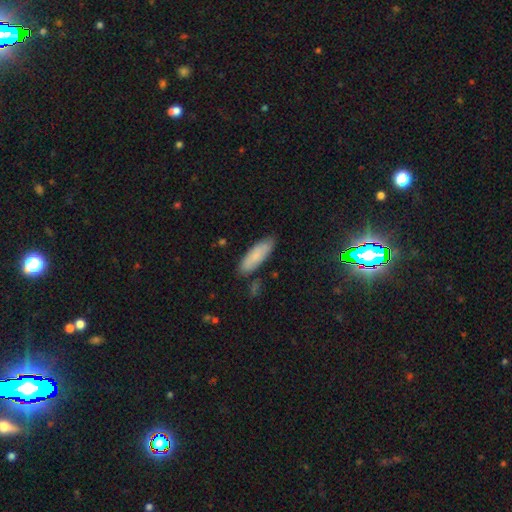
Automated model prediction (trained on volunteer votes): This is likely a smooth galaxy (77%). How rounded: possibly in between (52%). Merging: clearly none (81%).